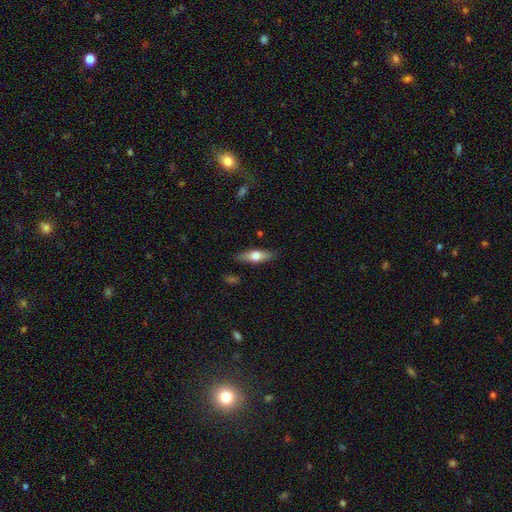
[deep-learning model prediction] This is possibly a smooth galaxy (57%). How rounded: possibly in between (54%). Merging: clearly none (84%).